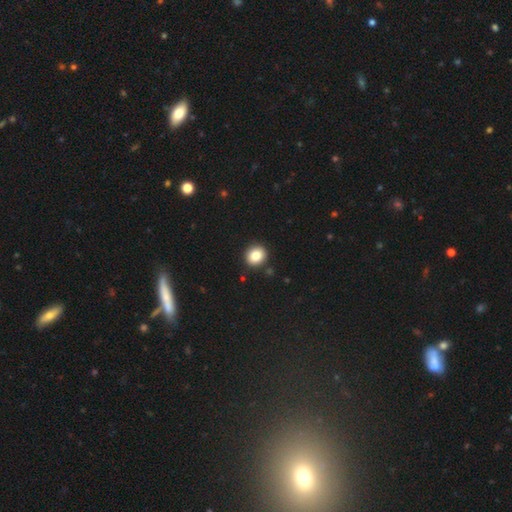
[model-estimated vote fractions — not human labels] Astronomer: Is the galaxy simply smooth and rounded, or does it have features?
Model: smooth — 84%.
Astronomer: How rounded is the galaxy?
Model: round — 77%.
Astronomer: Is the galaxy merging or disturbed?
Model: none — 90%.